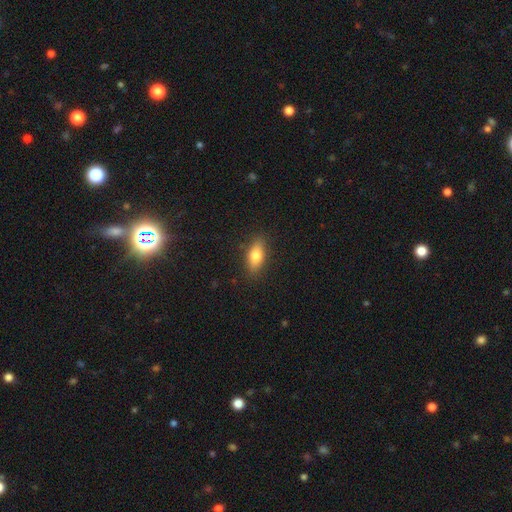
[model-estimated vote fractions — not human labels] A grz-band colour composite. It shows a smooth galaxy with no disk features (77%) that is in between round and cigar-shaped (80%). Merging: none (86%).